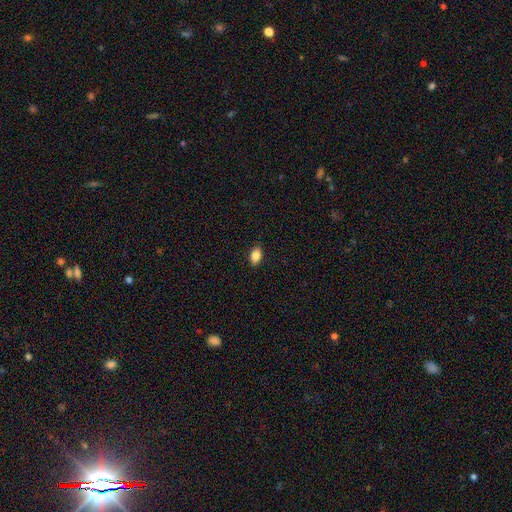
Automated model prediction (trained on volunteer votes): This appears to be a smooth galaxy with no disk features (84%) that is in between round and cigar-shaped (86%). Merging: none (85%).